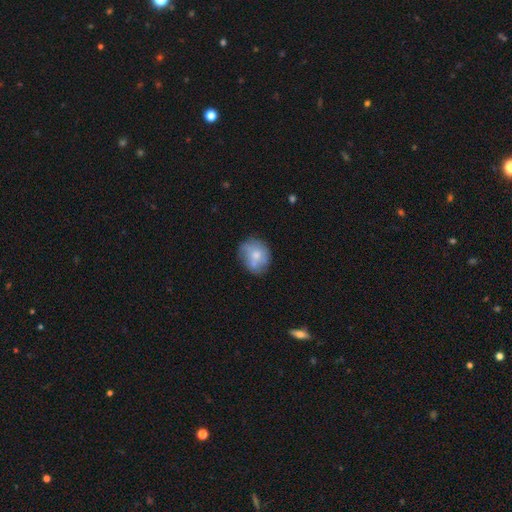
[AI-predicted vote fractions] Q: Smooth or featured?
A: smooth (61%); runner-up: featured or disk (31%)
Q: How rounded?
A: round (61%); runner-up: in between (38%)
Q: Merging?
A: none (54%); runner-up: minor disturbance (25%)